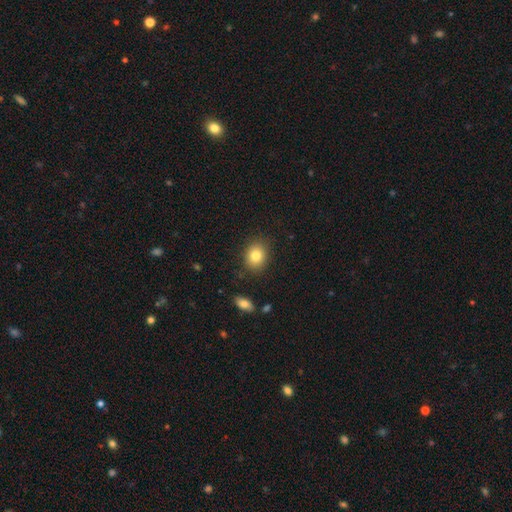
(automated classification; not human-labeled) smooth_or_featured: smooth (p=0.82) [alt: star or artifact p=0.09]
how_rounded: round (p=0.56) [alt: in between p=0.43]
merging: none (p=0.85) [alt: minor disturbance p=0.10]